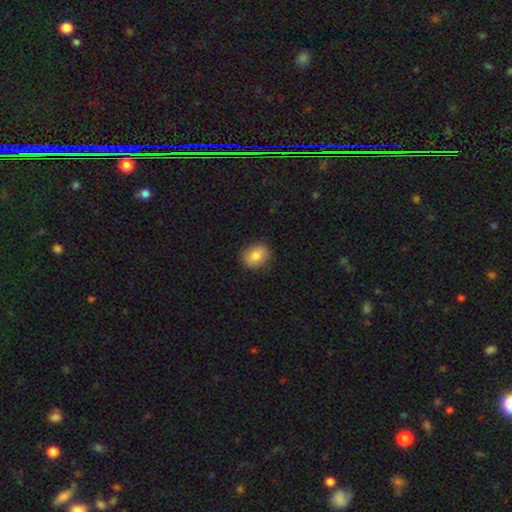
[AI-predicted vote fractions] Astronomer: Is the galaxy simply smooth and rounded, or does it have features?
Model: smooth — 81%.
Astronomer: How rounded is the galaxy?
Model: in between — 53% (runner-up: round, 46%).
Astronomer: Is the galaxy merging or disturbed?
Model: none — 85%.